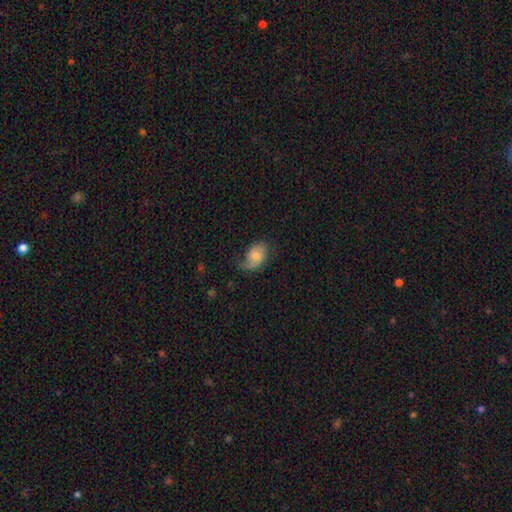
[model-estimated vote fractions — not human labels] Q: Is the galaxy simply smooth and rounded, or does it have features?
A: smooth — 52%.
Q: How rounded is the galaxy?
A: in between — 85%.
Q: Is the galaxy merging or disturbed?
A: none — 50%.